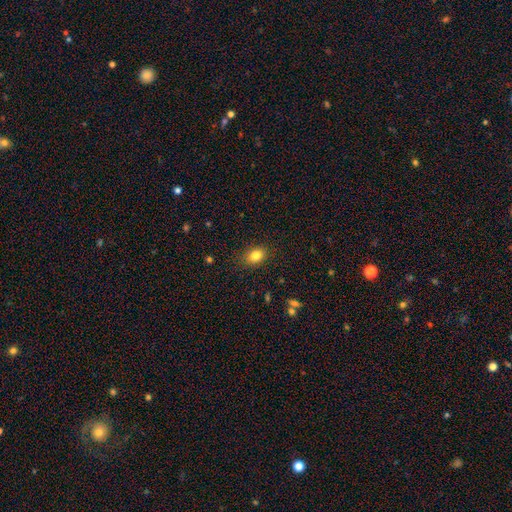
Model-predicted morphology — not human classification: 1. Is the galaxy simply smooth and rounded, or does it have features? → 83% smooth, 10% star or artifact, 7% featured or disk.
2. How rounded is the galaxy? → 73% in between, 25% round, 2% cigar-shaped.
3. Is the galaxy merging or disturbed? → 86% none, 10% minor disturbance, 3% major disturbance, 1% merger.